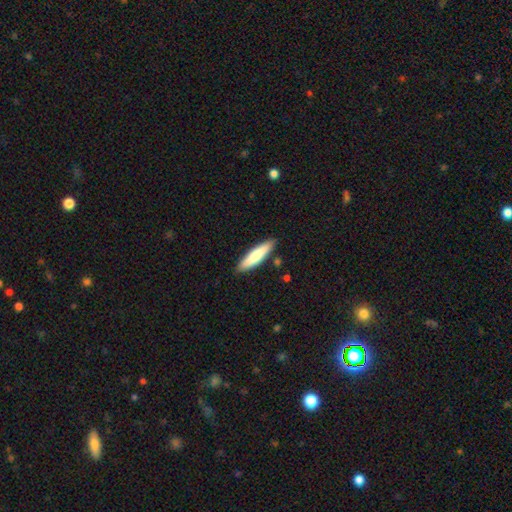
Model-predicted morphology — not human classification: A smooth galaxy with no disk features (78%) that is cigar-shaped (75%).

Vote fractions:
- Smooth or featured? smooth: 78% / featured or disk: 17% / star or artifact: 5%
- How rounded? cigar-shaped: 75% / in between: 24% / round: 1%
- Merging? none: 86% / minor disturbance: 10% / merger: 2% / major disturbance: 2%